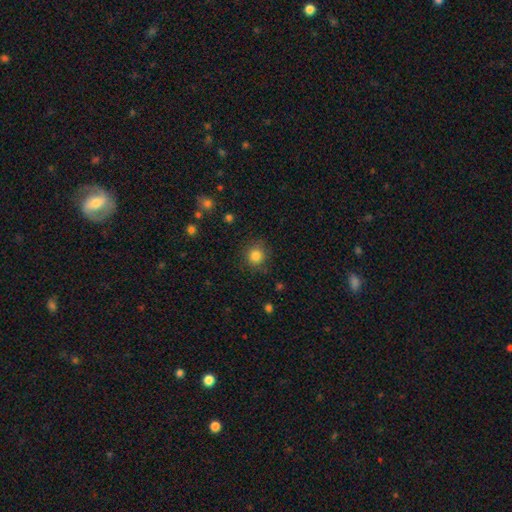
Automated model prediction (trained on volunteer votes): smooth-or-featured: smooth: 83% | star or artifact: 12% | featured or disk: 5%
  how-rounded: round: 91% | in between: 8% | cigar-shaped: 1%
  merging: none: 85% | minor disturbance: 10% | major disturbance: 3% | merger: 1%